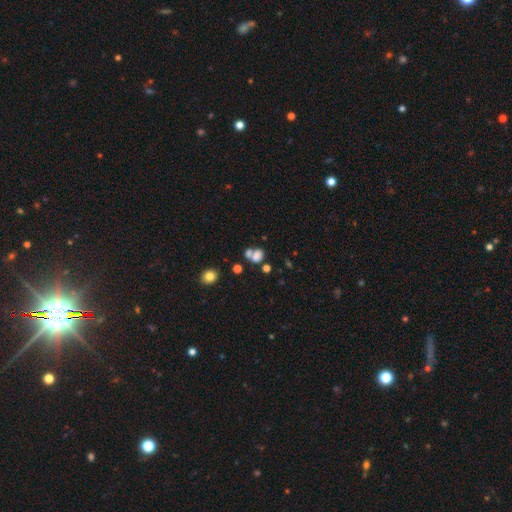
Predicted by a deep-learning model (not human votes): This is likely a smooth galaxy (70%). How rounded: likely in between (62%). Merging: possibly merger (47%).